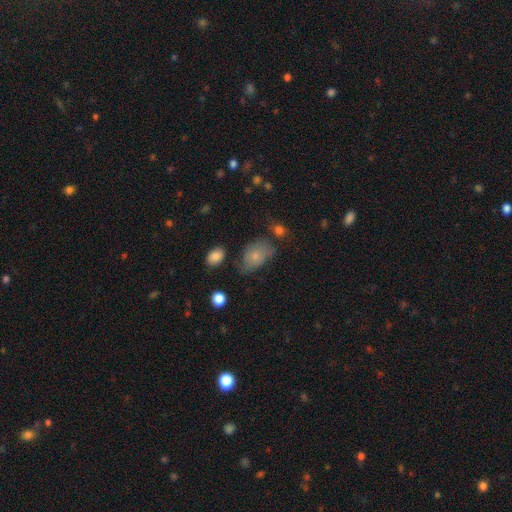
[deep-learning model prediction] Morphology: type=smooth (70%); roundness=in between (85%); merging=none (43%).